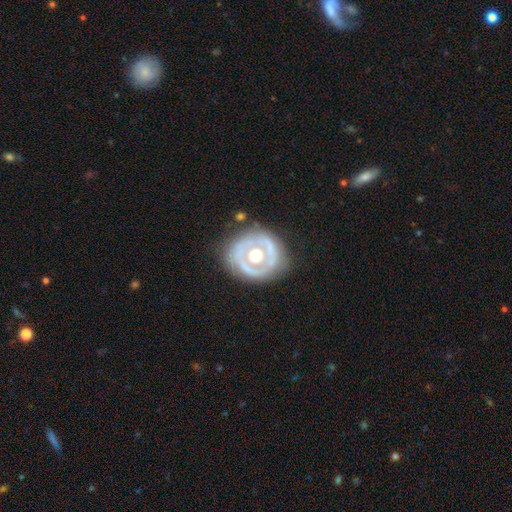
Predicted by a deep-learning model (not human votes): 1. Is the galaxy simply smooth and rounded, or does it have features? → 67% featured or disk, 28% smooth, 5% star or artifact.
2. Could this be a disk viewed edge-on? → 95% no, 5% yes.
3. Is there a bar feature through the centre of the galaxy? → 85% no, 11% weak, 5% strong.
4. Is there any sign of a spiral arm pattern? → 83% no, 17% yes.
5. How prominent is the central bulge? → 68% moderate, 25% large, 4% small, 2% dominant, 1% none.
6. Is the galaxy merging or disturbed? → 75% none, 16% minor disturbance, 7% major disturbance, 2% merger.